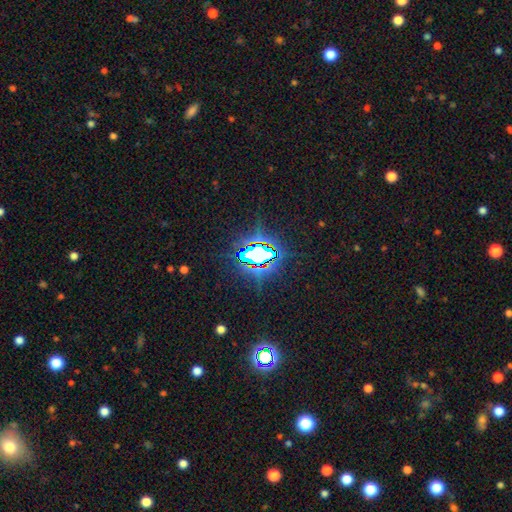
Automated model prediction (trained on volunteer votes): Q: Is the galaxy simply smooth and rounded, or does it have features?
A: star or artifact — 73%.